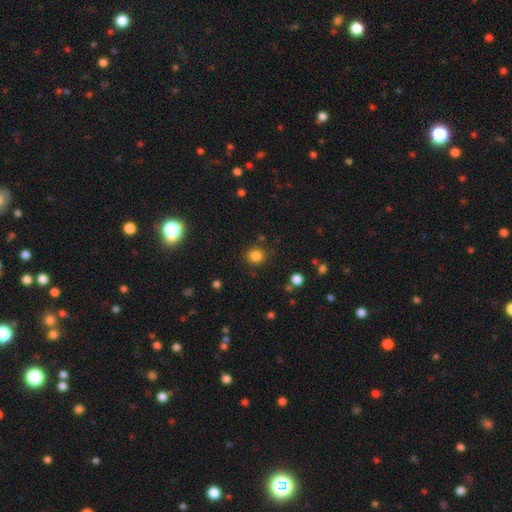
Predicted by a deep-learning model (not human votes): Smooth or featured? smooth (83%)
How rounded? round (86%)
Merging? none (86%)